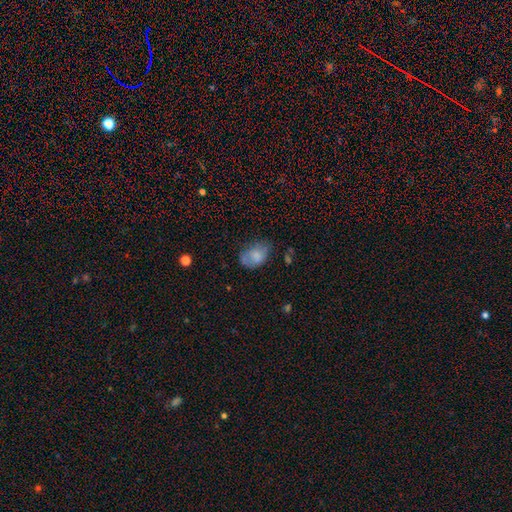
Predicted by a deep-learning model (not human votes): Overall: smooth (75%). How rounded: in between (82%). Merging: none (51%; minor disturbance 32%).